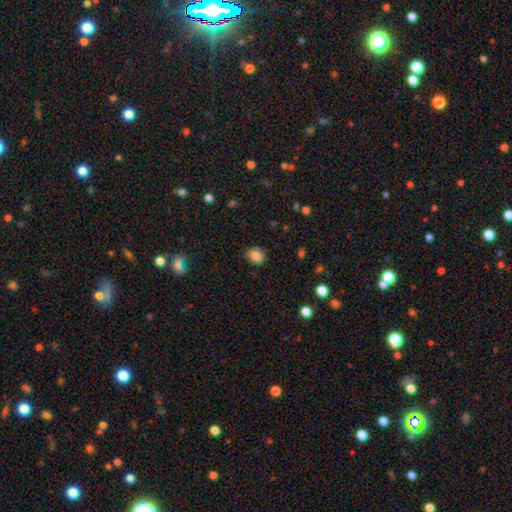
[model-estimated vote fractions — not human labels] Smooth or featured? smooth (84%)
How rounded? round (69%)
Merging? none (85%)